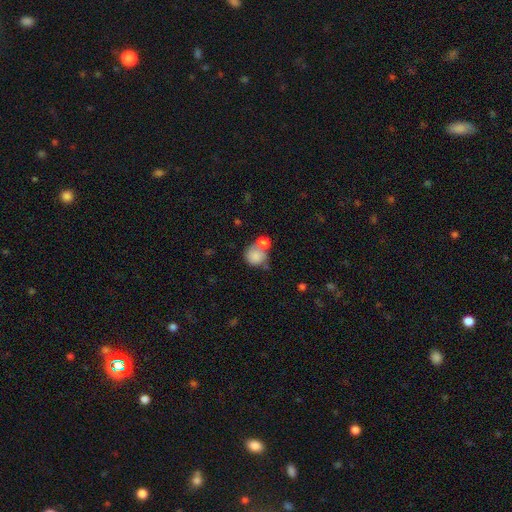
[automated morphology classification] Overall: smooth (81%). How rounded: round (81%). Merging: none (41%; merger 38%).